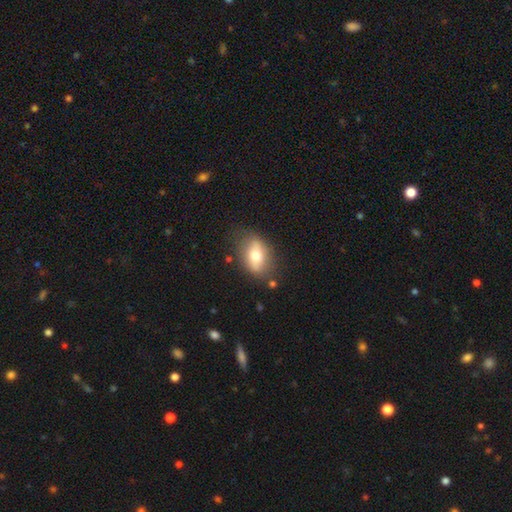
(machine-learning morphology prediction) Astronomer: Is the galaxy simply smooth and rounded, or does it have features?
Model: smooth — 65%.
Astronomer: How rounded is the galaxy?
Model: in between — 84%.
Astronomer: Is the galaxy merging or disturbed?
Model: none — 75%.